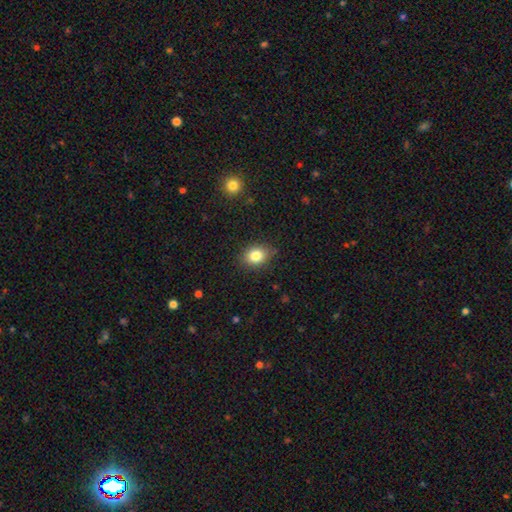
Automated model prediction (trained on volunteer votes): Smooth or featured? smooth (83%)
How rounded? in between (59%)
Merging? none (84%)